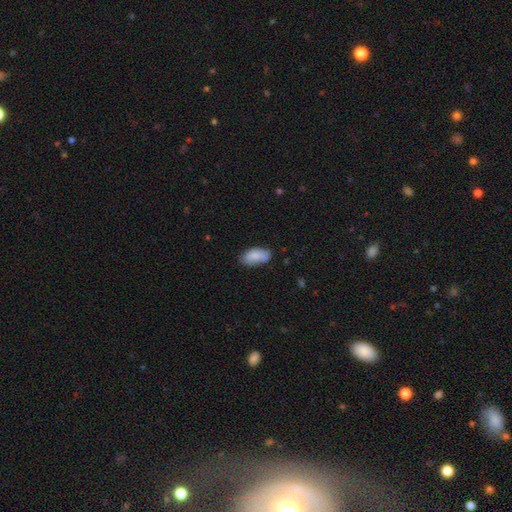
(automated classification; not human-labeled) Smooth or featured: smooth — 85% (featured or disk — 9%)
How rounded: in between — 93% (cigar-shaped — 4%)
Merging: none — 74% (minor disturbance — 21%)